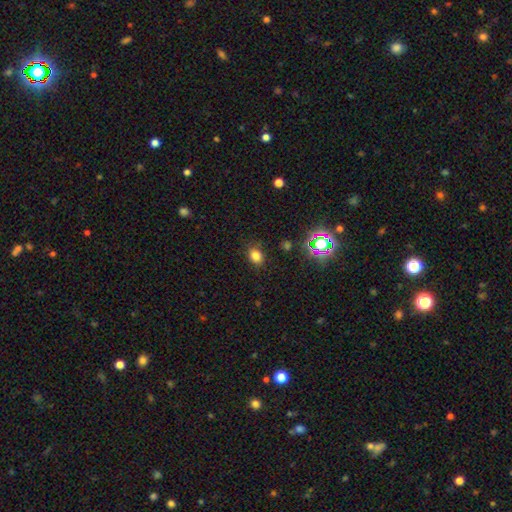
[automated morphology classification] A smooth galaxy with no disk features (76%) that is in between round and cigar-shaped (53%).

Vote fractions:
- Smooth or featured? smooth: 76% / star or artifact: 18% / featured or disk: 6%
- How rounded? in between: 53% / round: 46% / cigar-shaped: 1%
- Merging? none: 84% / minor disturbance: 11% / major disturbance: 3% / merger: 1%